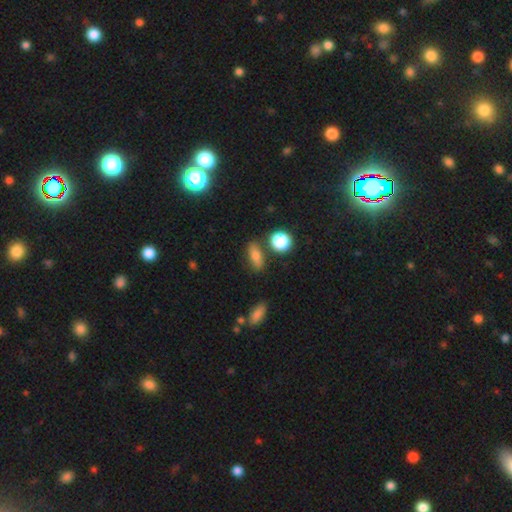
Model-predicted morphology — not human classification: smooth_or_featured: smooth (p=0.76) [alt: featured or disk p=0.13]
how_rounded: in between (p=0.63) [alt: cigar-shaped p=0.22]
merging: none (p=0.74) [alt: minor disturbance p=0.15]